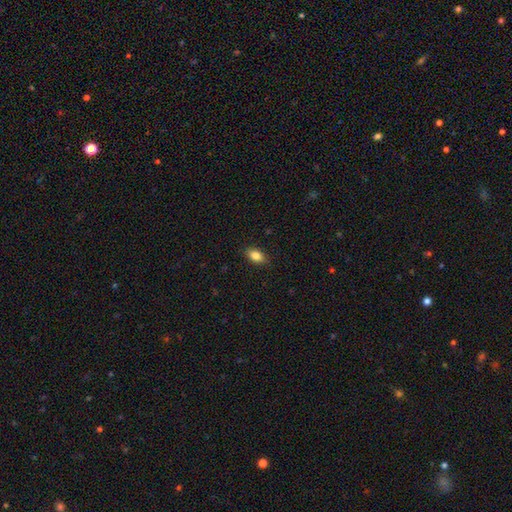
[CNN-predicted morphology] This appears to be a smooth galaxy with no disk features (85%) that is in between round and cigar-shaped (88%). Merging: none (87%).